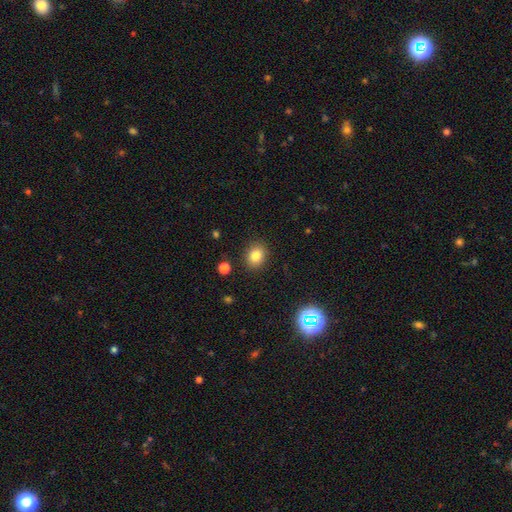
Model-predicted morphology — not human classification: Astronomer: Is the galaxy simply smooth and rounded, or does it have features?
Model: smooth — 82%.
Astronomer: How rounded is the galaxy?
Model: round — 60% (runner-up: in between, 39%).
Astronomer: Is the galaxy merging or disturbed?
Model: none — 88%.